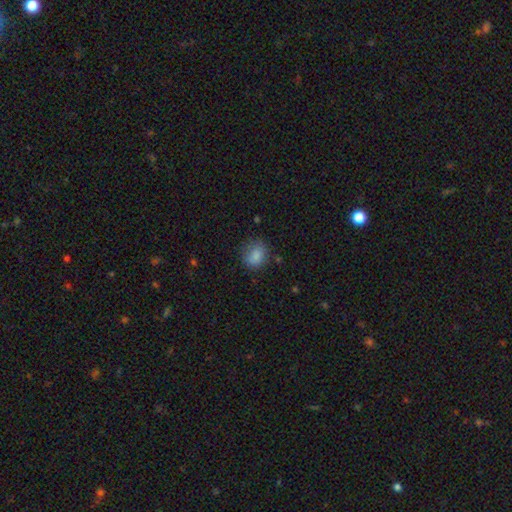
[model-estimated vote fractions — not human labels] smooth 84%, star or artifact 9%, featured or disk 7%. Down the decision tree: how rounded — round (57%); merging — none (70%).